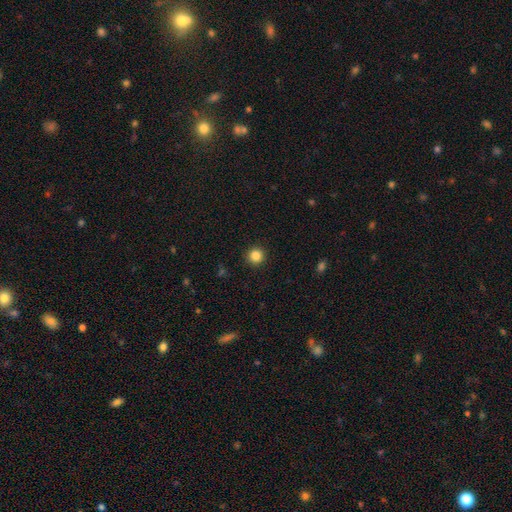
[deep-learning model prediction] Overall: smooth (85%). How rounded: round (95%). Merging: none (93%).